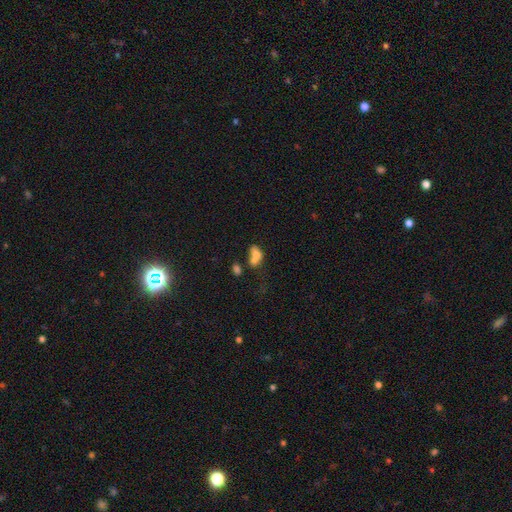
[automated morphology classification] smooth-or-featured: smooth: 66% | featured or disk: 22% | star or artifact: 12%
  how-rounded: in between: 74% | round: 23% | cigar-shaped: 4%
  merging: merger: 62% | none: 19% | minor disturbance: 10% | major disturbance: 9%